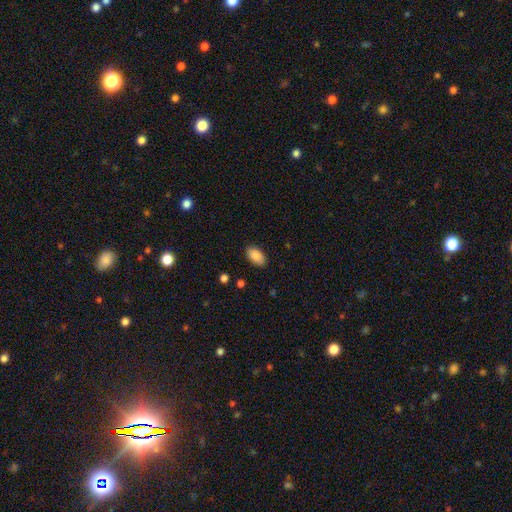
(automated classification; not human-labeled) smooth_or_featured: smooth (p=0.88) [alt: star or artifact p=0.07]
how_rounded: in between (p=0.95) [alt: round p=0.03]
merging: none (p=0.87) [alt: minor disturbance p=0.09]